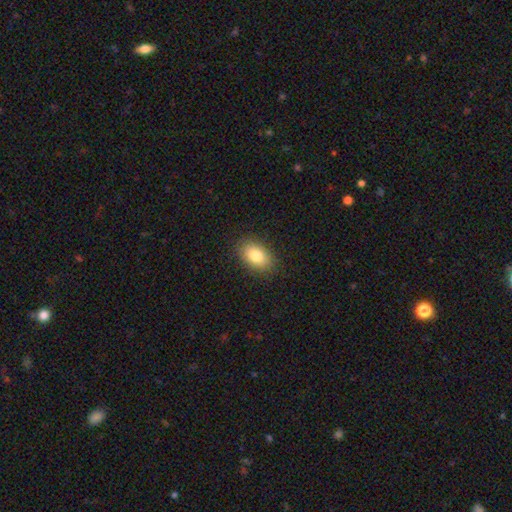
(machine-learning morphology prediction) type=smooth (83%); roundness=in between (87%); merging=none (88%).